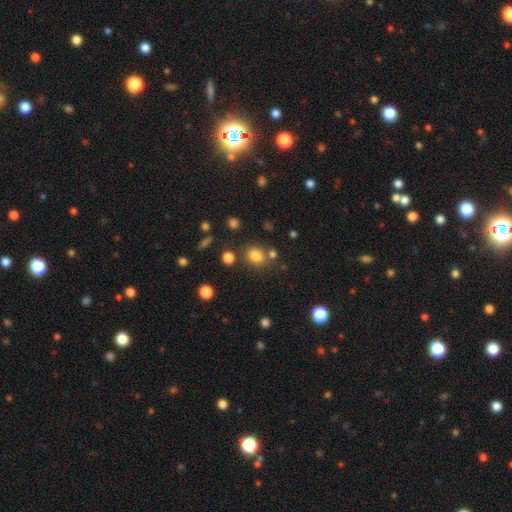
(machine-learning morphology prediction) Smooth or featured?
  - smooth: 80% *
  - star or artifact: 13%
  - featured or disk: 6%
How rounded?
  - round: 50% *
  - in between: 49%
  - cigar-shaped: 1%
Merging?
  - none: 72% *
  - minor disturbance: 12%
  - merger: 11%
  - major disturbance: 5%